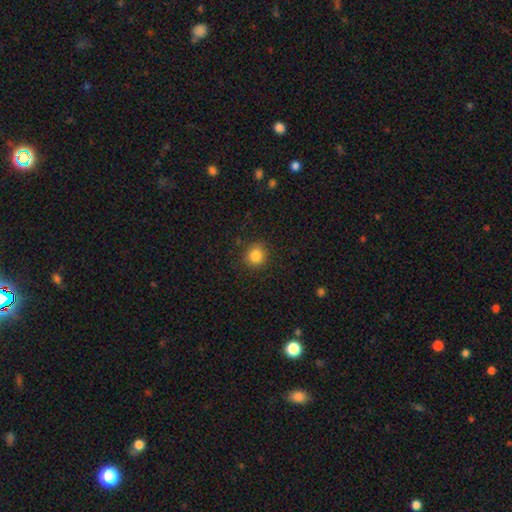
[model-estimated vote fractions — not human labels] This appears to be a smooth galaxy with no disk features (84%) that is round (90%). Merging: none (85%).